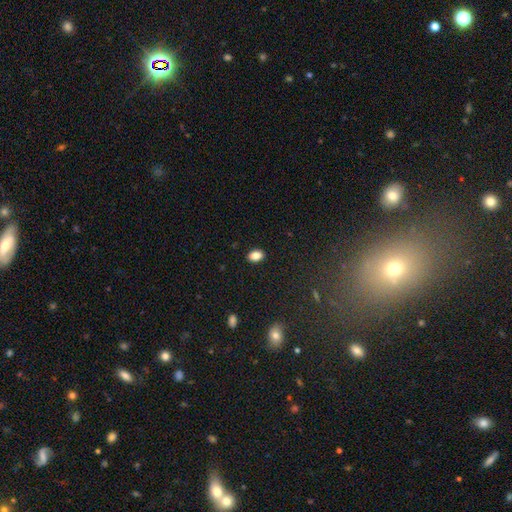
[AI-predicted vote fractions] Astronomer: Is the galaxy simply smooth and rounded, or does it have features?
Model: smooth — 86%.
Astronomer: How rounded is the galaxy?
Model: in between — 83%.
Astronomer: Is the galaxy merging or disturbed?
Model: none — 89%.